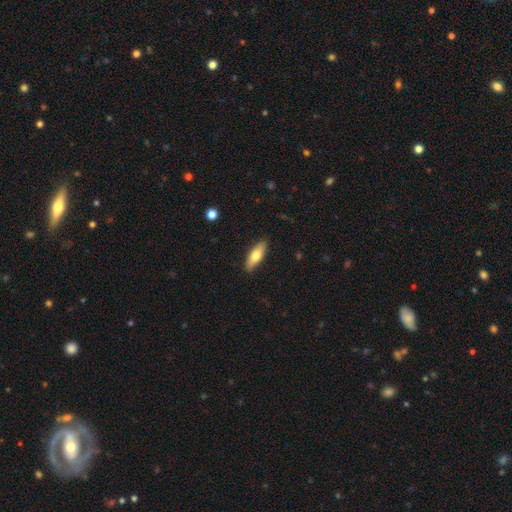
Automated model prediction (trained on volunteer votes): Q: Smooth or featured?
A: smooth (71%); runner-up: featured or disk (23%)
Q: How rounded?
A: in between (55%); runner-up: cigar-shaped (42%)
Q: Merging?
A: none (89%); runner-up: minor disturbance (9%)